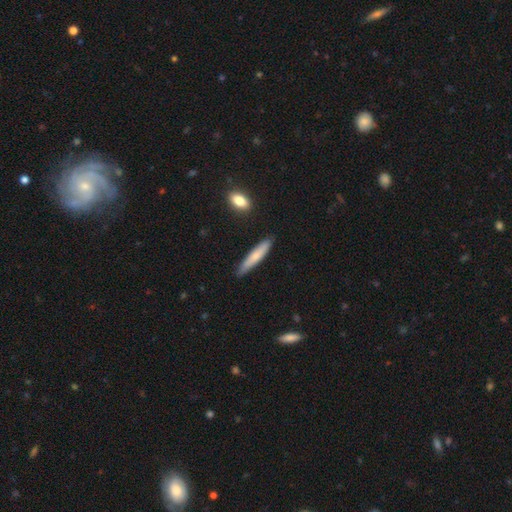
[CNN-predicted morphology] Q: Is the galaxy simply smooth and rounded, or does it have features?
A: smooth — 69%.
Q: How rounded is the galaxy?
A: cigar-shaped — 90%.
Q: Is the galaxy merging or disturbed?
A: none — 84%.